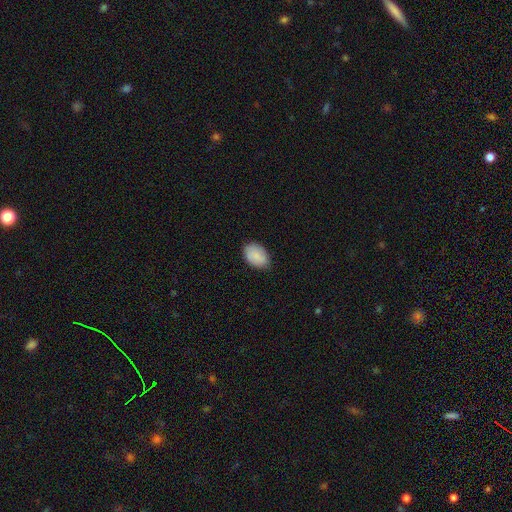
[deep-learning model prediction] This appears to be a smooth galaxy with no disk features (85%) that is in between round and cigar-shaped (88%). Merging: none (80%).